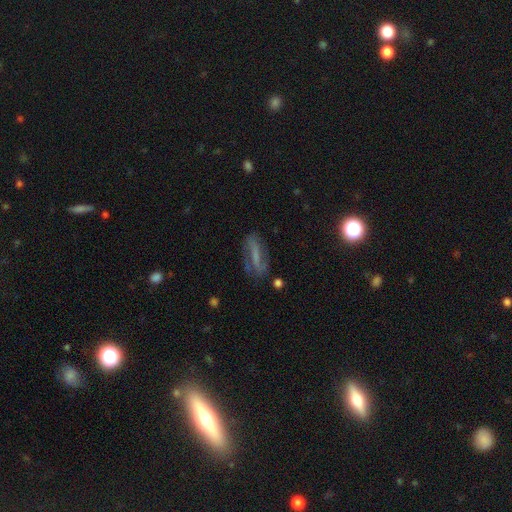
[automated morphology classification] Q: Smooth or featured?
A: featured or disk (50%); runner-up: smooth (37%)
Q: Edge-on disk?
A: no (80%); runner-up: yes (20%)
Q: Merging?
A: none (66%); runner-up: minor disturbance (20%)